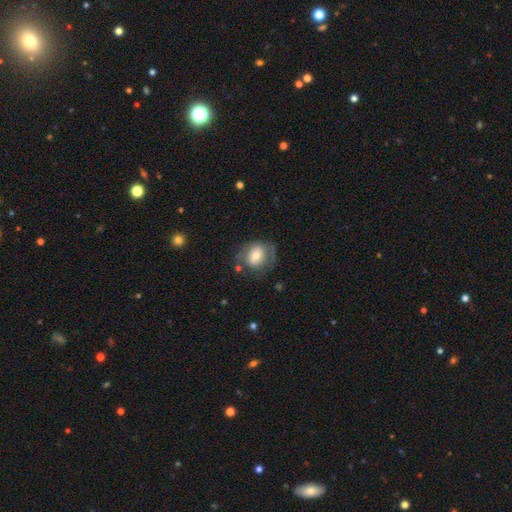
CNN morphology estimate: Smooth or featured: smooth — 59% (featured or disk — 33%)
How rounded: round — 53% (in between — 46%)
Merging: none — 59% (minor disturbance — 22%)